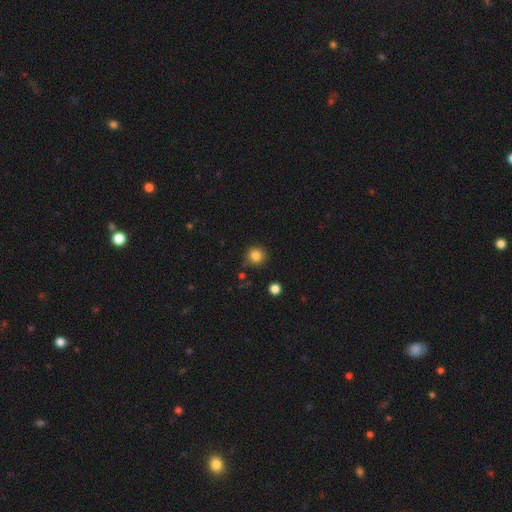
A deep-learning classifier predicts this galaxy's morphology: Smooth or featured? Predicted: smooth (p=0.84). How rounded? Predicted: round (p=0.93). Merging? Predicted: none (p=0.87).